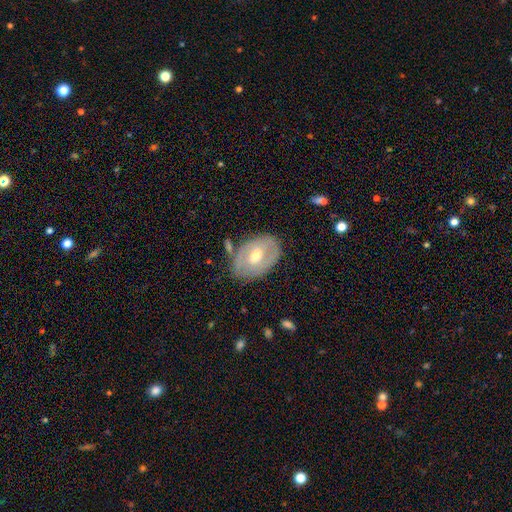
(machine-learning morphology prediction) This is likely a featured or disk galaxy (63%). It is clearly not viewed edge-on (93%). Bar: marginally weak (44%). Spiral arm pattern: possibly yes (52%). Central bulge: likely moderate (68%). Merging: likely none (74%).